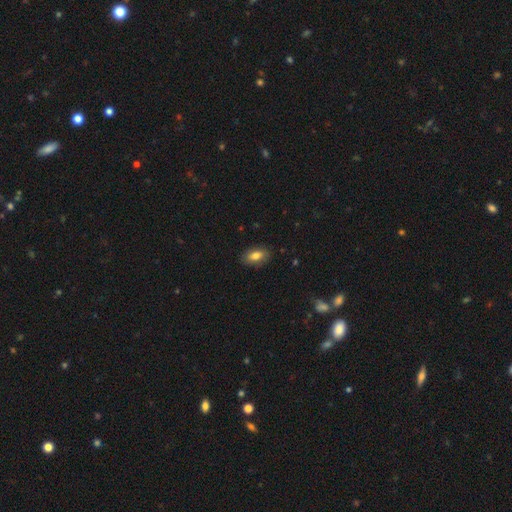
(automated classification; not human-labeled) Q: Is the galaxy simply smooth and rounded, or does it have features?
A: smooth — 81%.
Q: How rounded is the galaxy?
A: in between — 89%.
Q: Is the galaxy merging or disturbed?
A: none — 86%.